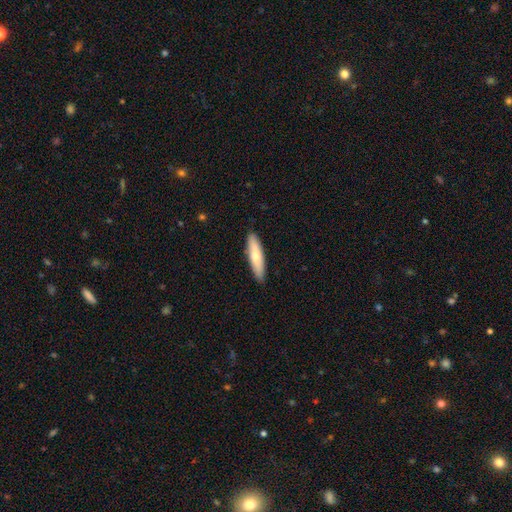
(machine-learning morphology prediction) Smooth or featured?
  - smooth: 68% *
  - featured or disk: 27%
  - star or artifact: 5%
How rounded?
  - cigar-shaped: 75% *
  - in between: 24%
  - round: 2%
Merging?
  - none: 89% *
  - minor disturbance: 9%
  - major disturbance: 2%
  - merger: 1%